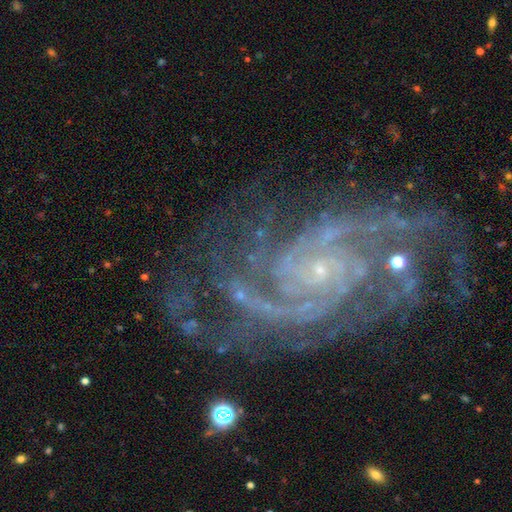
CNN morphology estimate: A featured or disk galaxy (92%) with no bar (68%), 2 (31%) tight (55%) spiral arms (99%) and a small central bulge (86%).

Vote fractions:
- Smooth or featured? featured or disk: 92% / star or artifact: 6% / smooth: 2%
- Edge-on disk? no: 98% / yes: 2%
- Bar? no: 68% / weak: 23% / strong: 9%
- Spiral arms? yes: 99% / no: 1%
- Spiral winding? tight: 55% / medium: 39% / loose: 6%
- Spiral arm count? 2: 31% / 3: 21% / 4: 17% / can't tell: 12% / more than 4: 11% / 1: 8%
- Bulge size? small: 86% / moderate: 7% / none: 5% / large: 1% / dominant: 1%
- Merging? none: 65% / minor disturbance: 19% / major disturbance: 12% / merger: 3%